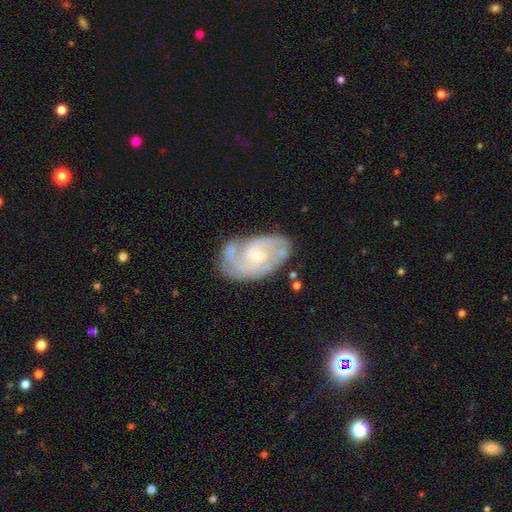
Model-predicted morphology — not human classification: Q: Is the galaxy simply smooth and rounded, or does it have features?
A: featured or disk — 83%.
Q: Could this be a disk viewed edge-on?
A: no — 97%.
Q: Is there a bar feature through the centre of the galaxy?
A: no — 59%.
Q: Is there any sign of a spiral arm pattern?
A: yes — 94%.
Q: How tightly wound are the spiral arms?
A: tight — 51%.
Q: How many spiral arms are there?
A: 2 — 38%.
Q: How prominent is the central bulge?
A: small — 70%.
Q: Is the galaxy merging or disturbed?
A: none — 64%.